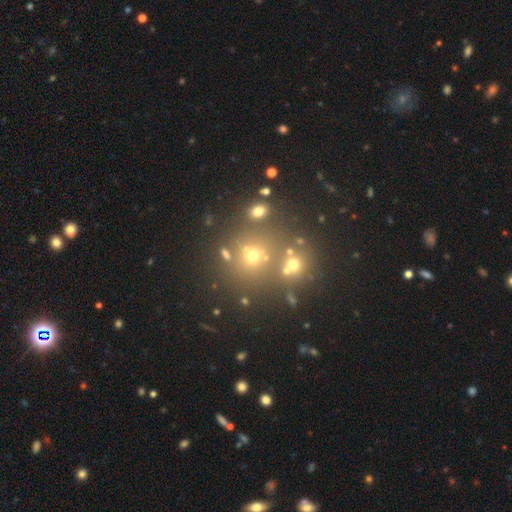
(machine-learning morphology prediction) smooth-or-featured: smooth: 46% | star or artifact: 40% | featured or disk: 14%
  merging: none: 55% | merger: 34% | minor disturbance: 8% | major disturbance: 4%